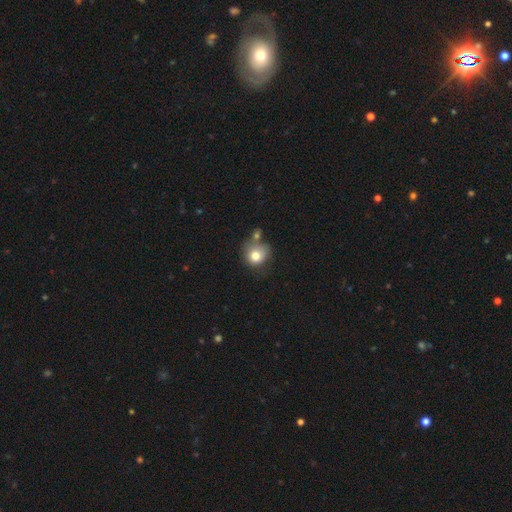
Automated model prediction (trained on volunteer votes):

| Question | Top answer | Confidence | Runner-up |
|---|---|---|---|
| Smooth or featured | smooth | 79% | featured or disk (11%) |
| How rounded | round | 82% | in between (17%) |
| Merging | none | 51% | merger (20%) |